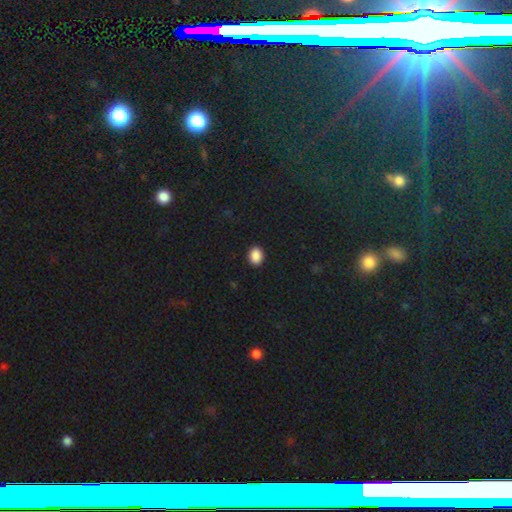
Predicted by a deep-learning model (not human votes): Morphology: type=smooth (89%); roundness=in between (58%); merging=none (91%).